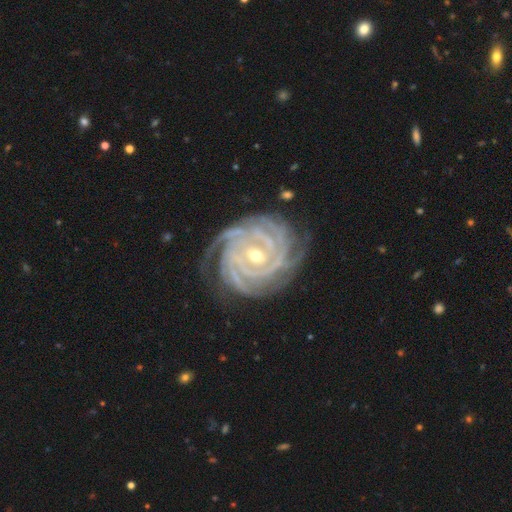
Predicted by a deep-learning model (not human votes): Smooth or featured?
  - featured or disk: 93% *
  - star or artifact: 4%
  - smooth: 3%
Edge-on disk?
  - no: 97% *
  - yes: 3%
Bar?
  - no: 46% *
  - weak: 34%
  - strong: 20%
Spiral arms?
  - yes: 99% *
  - no: 1%
Spiral winding?
  - tight: 85% *
  - medium: 14%
  - loose: 2%
Spiral arm count?
  - 4: 34% *
  - more than 4: 19%
  - 3: 18%
  - can't tell: 13%
  - 2: 9%
  - 1: 7%
Bulge size?
  - small: 54% *
  - moderate: 43%
  - large: 1%
  - none: 1%
  - dominant: 1%
Merging?
  - none: 77% *
  - minor disturbance: 16%
  - major disturbance: 5%
  - merger: 1%